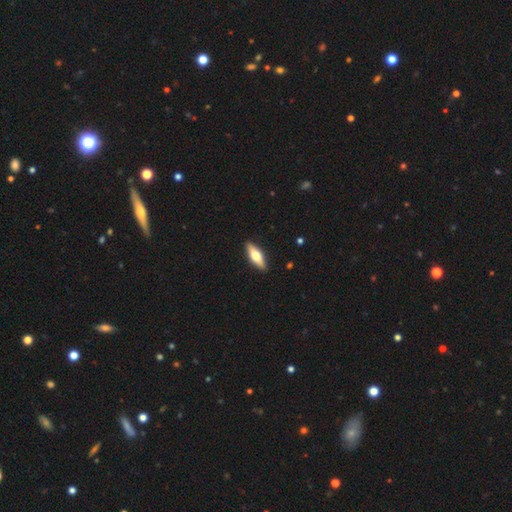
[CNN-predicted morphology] smooth-or-featured: smooth: 54% | featured or disk: 41% | star or artifact: 5%
  how-rounded: in between: 52% | cigar-shaped: 46% | round: 2%
  merging: none: 90% | minor disturbance: 8% | major disturbance: 2% | merger: 1%